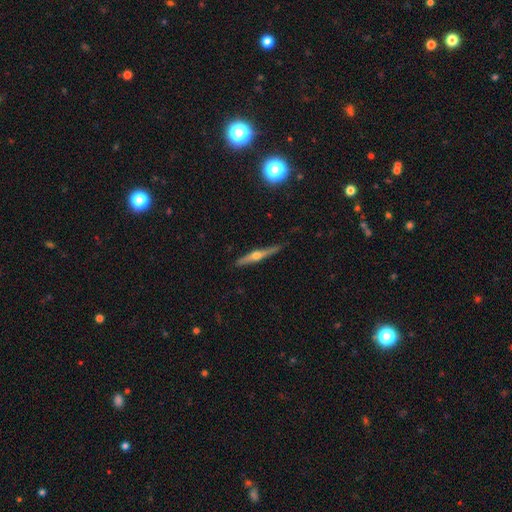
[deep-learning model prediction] featured or disk 74%, smooth 19%, star or artifact 7%. Down the decision tree: edge-on disk — yes (98%); edge-on bulge — rounded (92%); merging — none (89%).